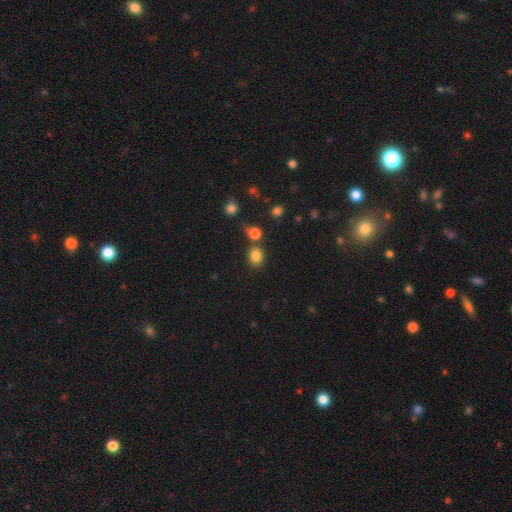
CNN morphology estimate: Overall: smooth (83%). How rounded: round (62%; in between 37%). Merging: none (70%).